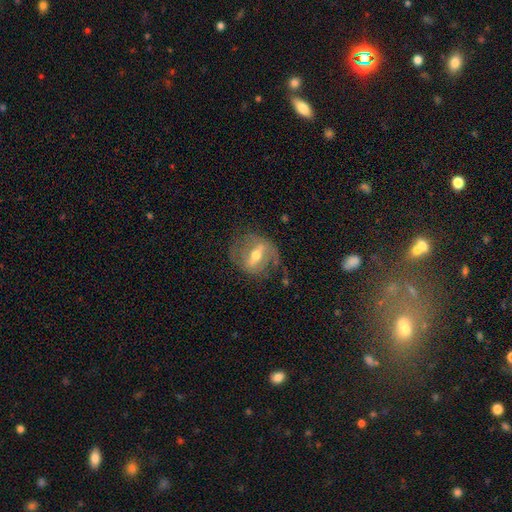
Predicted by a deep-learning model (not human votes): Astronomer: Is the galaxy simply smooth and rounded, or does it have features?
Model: featured or disk — 74%.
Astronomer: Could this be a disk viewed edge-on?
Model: no — 84%.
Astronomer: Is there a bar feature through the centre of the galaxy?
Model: strong — 63%.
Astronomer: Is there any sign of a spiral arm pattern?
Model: yes — 59% (runner-up: no, 41%).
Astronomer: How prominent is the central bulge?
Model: moderate — 70%.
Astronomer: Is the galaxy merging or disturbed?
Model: none — 63%.